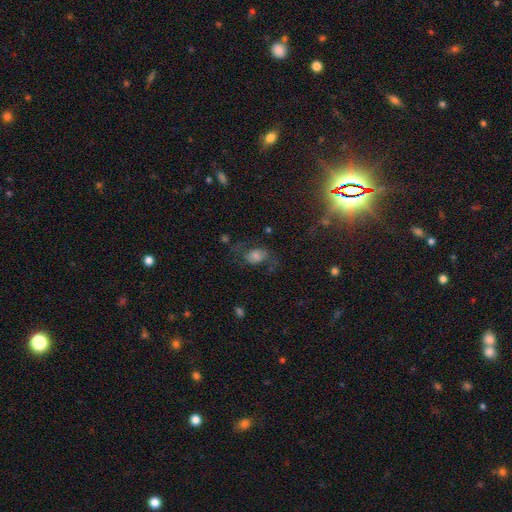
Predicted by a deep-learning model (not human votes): Smooth or featured? Predicted: featured or disk (p=0.39). Merging? Predicted: none (p=0.56).